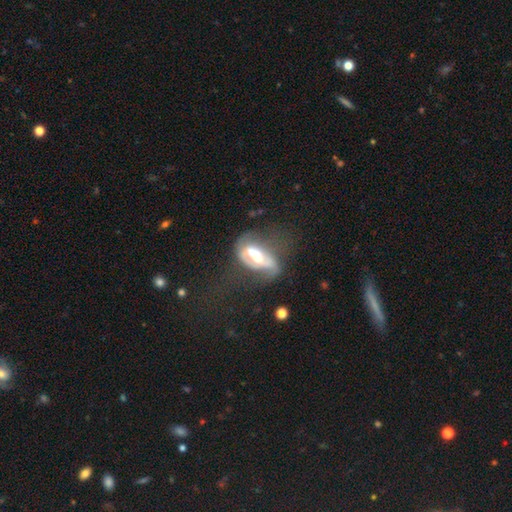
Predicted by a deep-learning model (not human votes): Smooth or featured?
  - featured or disk: 61% *
  - smooth: 30%
  - star or artifact: 8%
Edge-on disk?
  - no: 90% *
  - yes: 10%
Bar?
  - strong: 40% *
  - weak: 31%
  - no: 29%
Spiral arms?
  - yes: 61% *
  - no: 39%
Bulge size?
  - moderate: 38% *
  - large: 37%
  - small: 12%
  - none: 8%
  - dominant: 6%
Merging?
  - major disturbance: 48% *
  - none: 25%
  - minor disturbance: 21%
  - merger: 6%